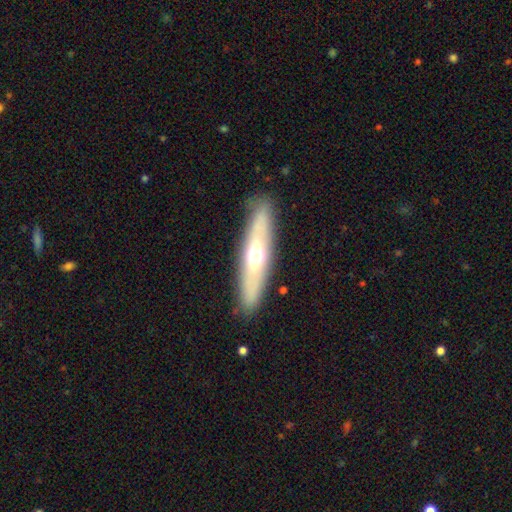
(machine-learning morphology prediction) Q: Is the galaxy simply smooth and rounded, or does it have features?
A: featured or disk — 48%.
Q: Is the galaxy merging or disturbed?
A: none — 87%.